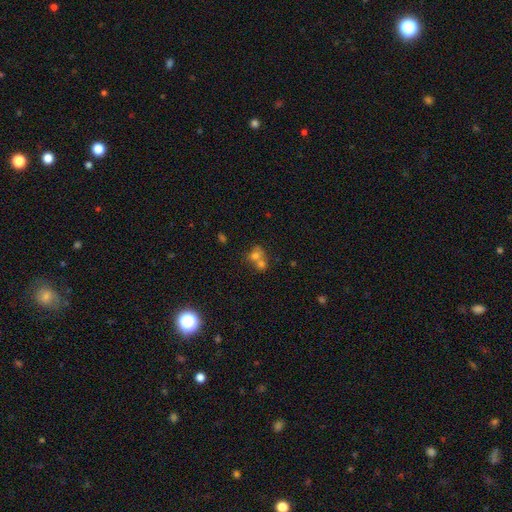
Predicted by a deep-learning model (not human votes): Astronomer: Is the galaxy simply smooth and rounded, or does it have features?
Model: smooth — 65%.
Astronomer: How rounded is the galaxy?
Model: round — 65%.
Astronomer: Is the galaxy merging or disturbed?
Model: merger — 64%.